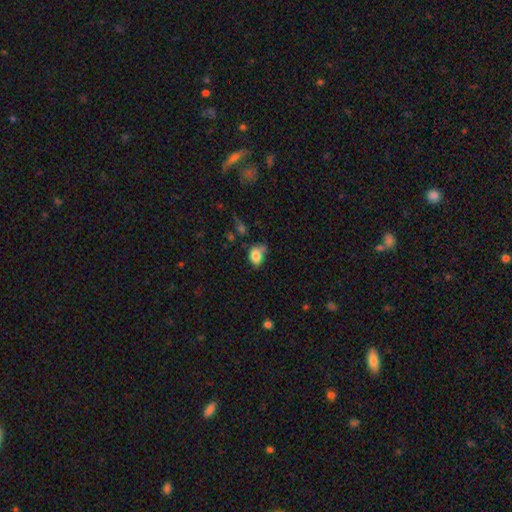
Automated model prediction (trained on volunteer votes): Smooth or featured: smooth — 81% (star or artifact — 10%)
How rounded: in between — 68% (round — 31%)
Merging: none — 42% (minor disturbance — 34%)